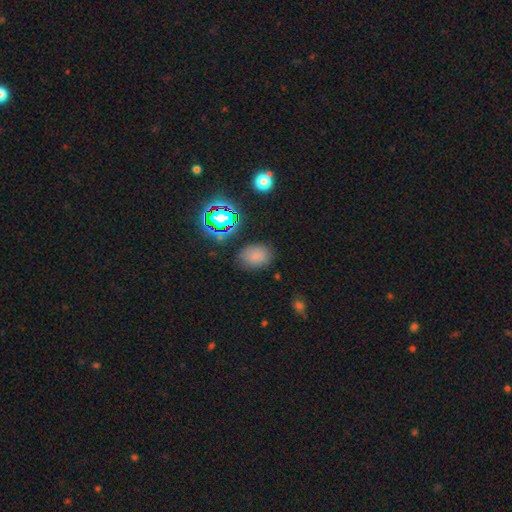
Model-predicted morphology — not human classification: Smooth or featured?
  - smooth: 75% *
  - star or artifact: 17%
  - featured or disk: 7%
How rounded?
  - in between: 74% *
  - round: 24%
  - cigar-shaped: 1%
Merging?
  - none: 78% *
  - minor disturbance: 15%
  - major disturbance: 5%
  - merger: 3%